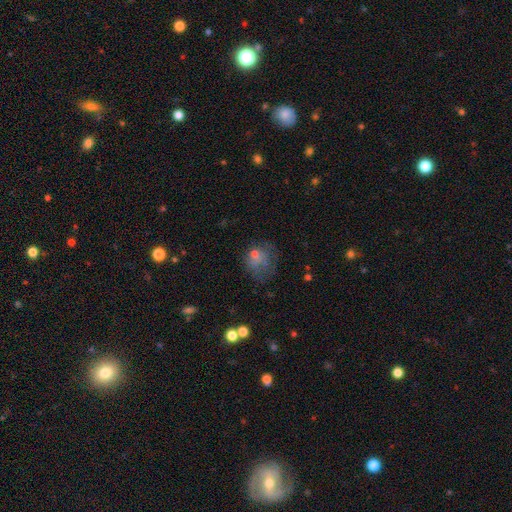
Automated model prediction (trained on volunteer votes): A smooth galaxy with no disk features (56%) that is round (65%).

Vote fractions:
- Smooth or featured? smooth: 56% / featured or disk: 26% / star or artifact: 18%
- How rounded? round: 65% / in between: 34% / cigar-shaped: 1%
- Merging? none: 40% / major disturbance: 33% / minor disturbance: 23% / merger: 4%